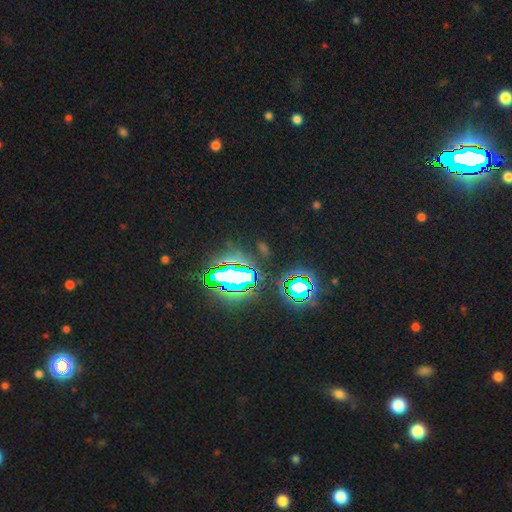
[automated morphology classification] This appears to be a star or artifact, not a galaxy (82%).